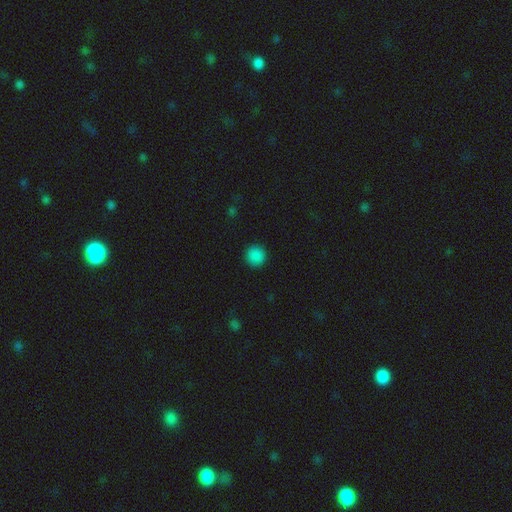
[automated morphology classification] Smooth or featured? smooth (87%)
How rounded? round (95%)
Merging? none (92%)